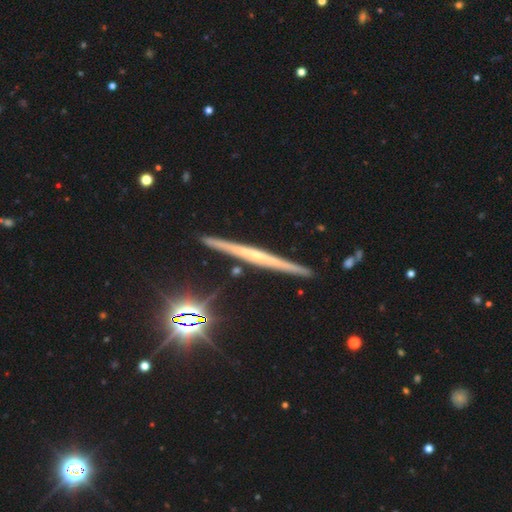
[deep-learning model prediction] A featured or disk galaxy (71%) viewed edge-on (97%) with no central bulge (57%).

Vote fractions:
- Smooth or featured? featured or disk: 71% / smooth: 18% / star or artifact: 12%
- Edge-on disk? yes: 97% / no: 3%
- Edge-on bulge? none: 57% / rounded: 36% / boxy: 7%
- Merging? none: 89% / minor disturbance: 8% / merger: 2% / major disturbance: 1%